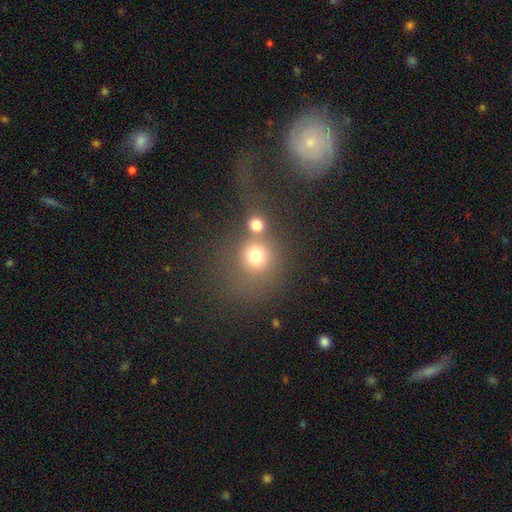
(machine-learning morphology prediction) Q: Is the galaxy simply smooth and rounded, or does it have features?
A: smooth — 73%.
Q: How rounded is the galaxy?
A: round — 85%.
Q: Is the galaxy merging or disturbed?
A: none — 43%.